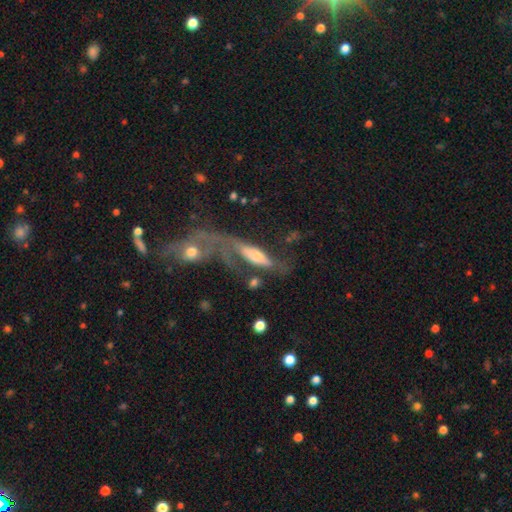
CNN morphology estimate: smooth_or_featured: featured or disk (p=0.56) [alt: smooth p=0.36]
disk_edge_on: no (p=0.63) [alt: yes p=0.37]
merging: merger (p=0.44) [alt: none p=0.22]